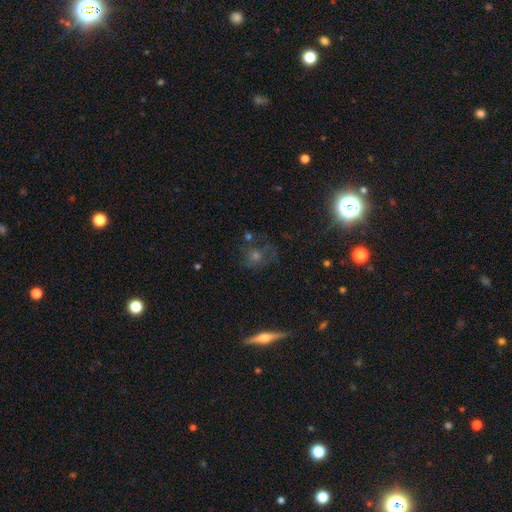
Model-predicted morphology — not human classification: Overall: featured or disk (41%; star or artifact 32%). Merging: none (73%).